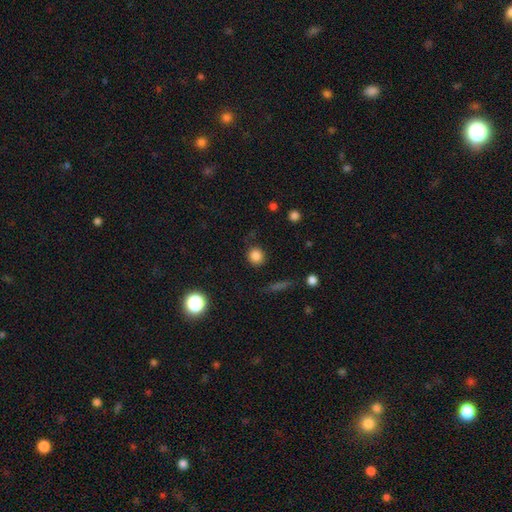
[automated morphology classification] smooth-or-featured: smooth: 83% | star or artifact: 12% | featured or disk: 5%
  how-rounded: round: 89% | in between: 10% | cigar-shaped: 1%
  merging: none: 88% | minor disturbance: 8% | major disturbance: 3% | merger: 2%